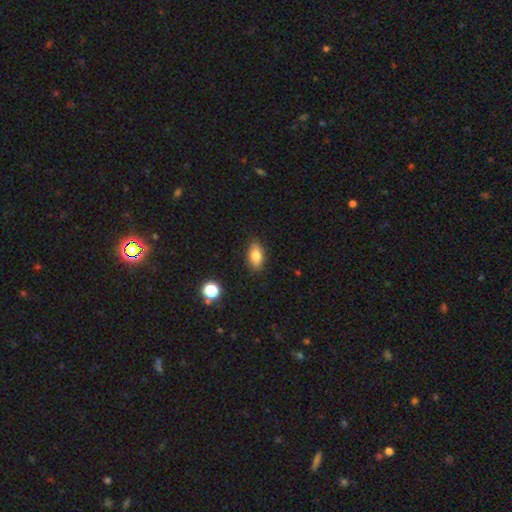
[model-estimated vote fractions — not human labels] A smooth galaxy with no disk features (81%) that is in between round and cigar-shaped (87%). Merging: none (87%).